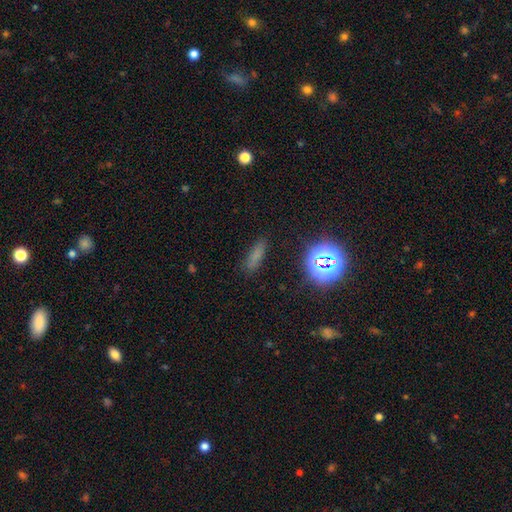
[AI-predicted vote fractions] Smooth or featured? Predicted: smooth (p=0.67). How rounded? Predicted: cigar-shaped (p=0.56). Merging? Predicted: none (p=0.81).